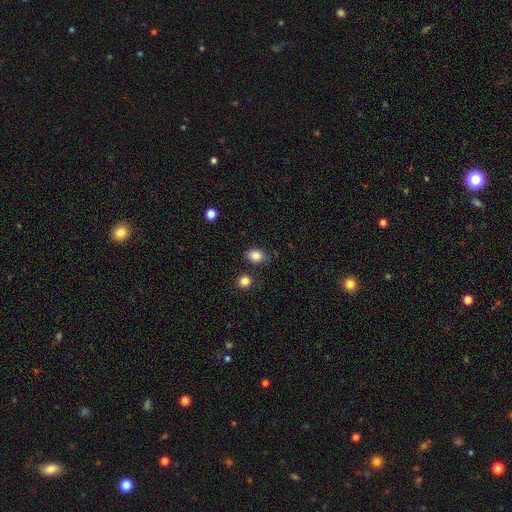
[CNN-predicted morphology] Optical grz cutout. It shows a smooth galaxy with no disk features (85%) that is in between round and cigar-shaped (56%). Merging: none (76%).